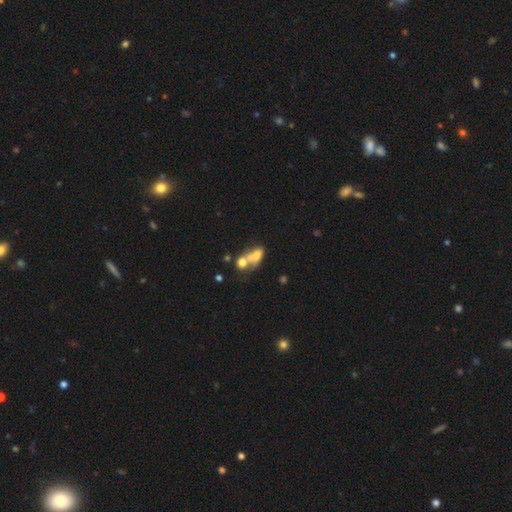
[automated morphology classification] smooth 63%, featured or disk 25%, star or artifact 12%. Down the decision tree: how rounded — in between (69%); merging — merger (64%).